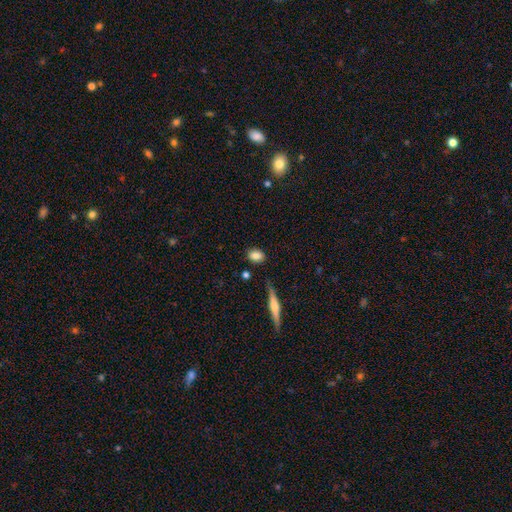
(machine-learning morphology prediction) This is clearly a smooth galaxy (83%). How rounded: likely in between (63%). Merging: clearly none (84%).